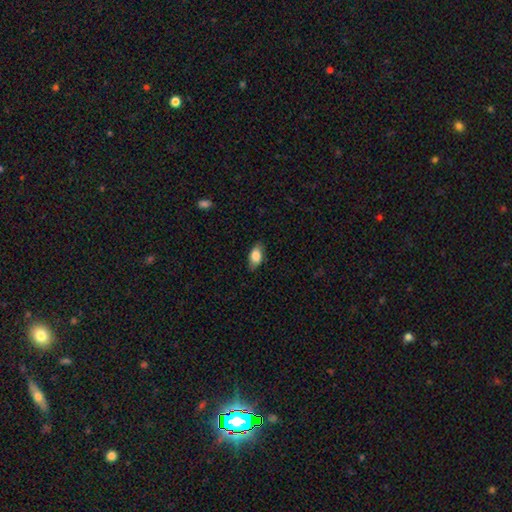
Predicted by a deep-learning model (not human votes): smooth-or-featured: smooth: 83% | featured or disk: 10% | star or artifact: 7%
  how-rounded: in between: 89% | round: 6% | cigar-shaped: 5%
  merging: none: 83% | minor disturbance: 14% | major disturbance: 3% | merger: 1%